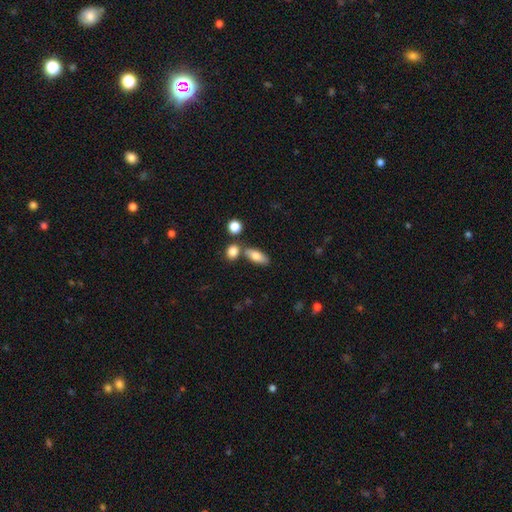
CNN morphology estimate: A smooth galaxy with no disk features (78%) that is in between round and cigar-shaped (77%). Merging: none (67%).